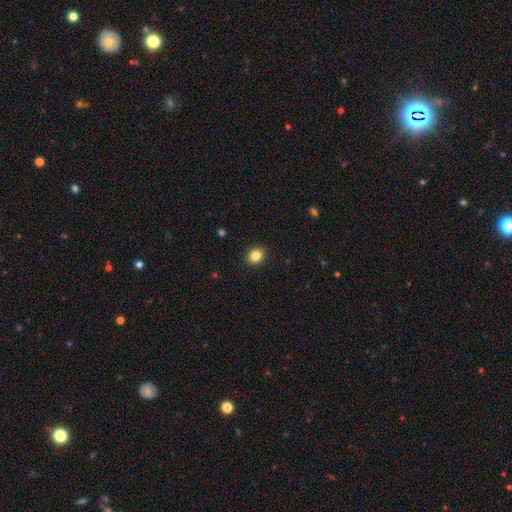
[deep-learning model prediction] smooth 85%, star or artifact 10%, featured or disk 5%. Down the decision tree: how rounded — round (52%); merging — none (91%).